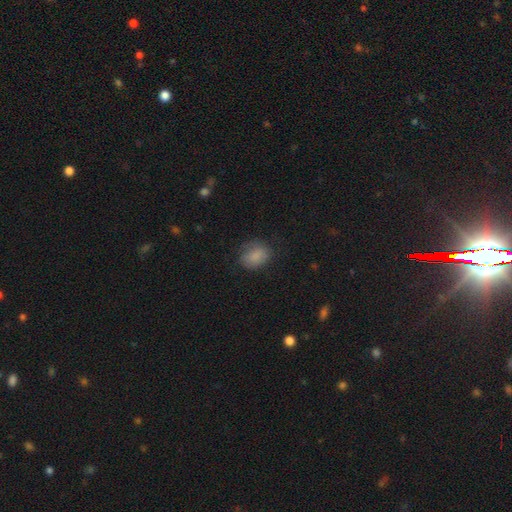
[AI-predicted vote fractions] The model was most divided on "how rounded": in between: 71%, round: 27%, cigar-shaped: 1%. More confident: smooth or featured — smooth (84%); merging — none (70%).